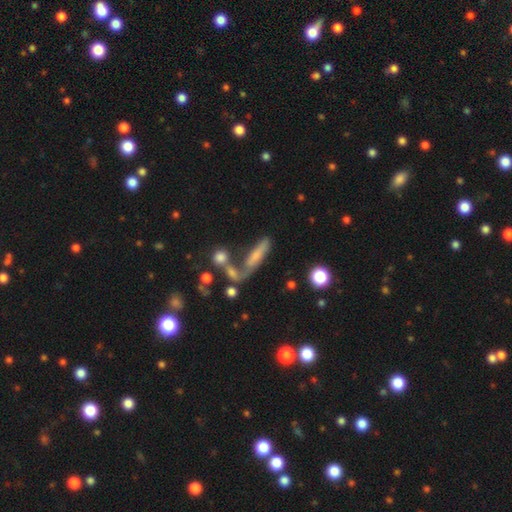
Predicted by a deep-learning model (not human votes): The model was most divided on "merging": none: 41%, merger: 29%, minor disturbance: 16%, major disturbance: 14%. More confident: how rounded — cigar-shaped (66%); smooth or featured — smooth (58%).